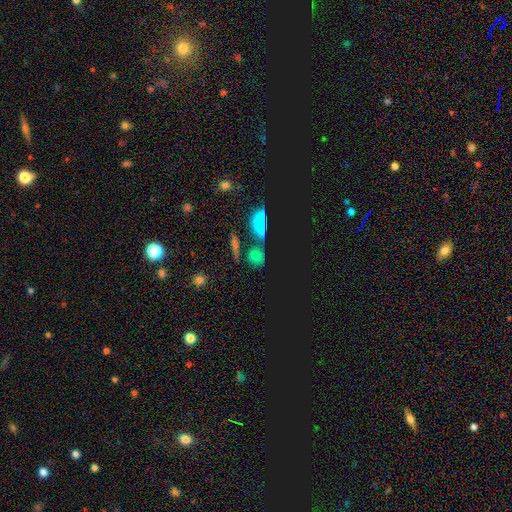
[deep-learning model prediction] Smooth or featured?
  - star or artifact: 60% *
  - smooth: 31%
  - featured or disk: 9%